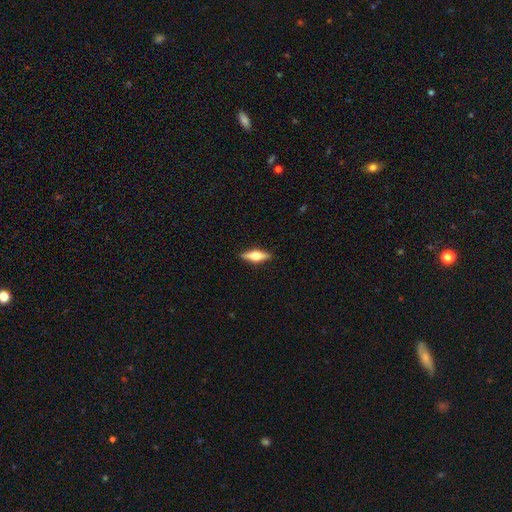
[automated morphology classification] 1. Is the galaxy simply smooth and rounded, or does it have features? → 55% featured or disk, 39% smooth, 6% star or artifact.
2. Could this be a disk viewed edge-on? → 95% yes, 5% no.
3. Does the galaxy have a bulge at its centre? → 92% rounded, 6% boxy, 2% none.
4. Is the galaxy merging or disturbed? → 90% none, 7% minor disturbance, 2% major disturbance, 1% merger.